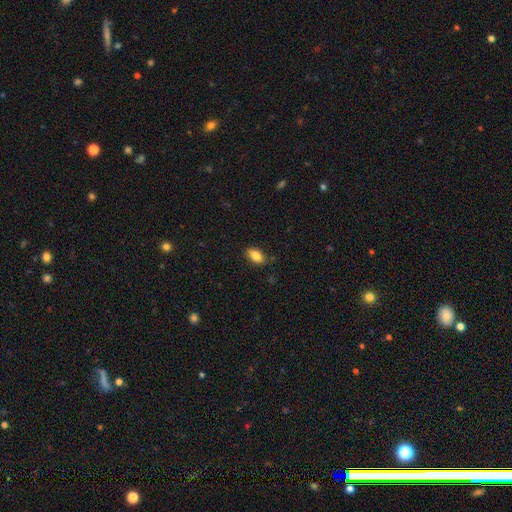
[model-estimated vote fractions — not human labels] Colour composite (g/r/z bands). It shows a smooth galaxy with no disk features (85%) that is in between round and cigar-shaped (91%). Merging: none (84%).